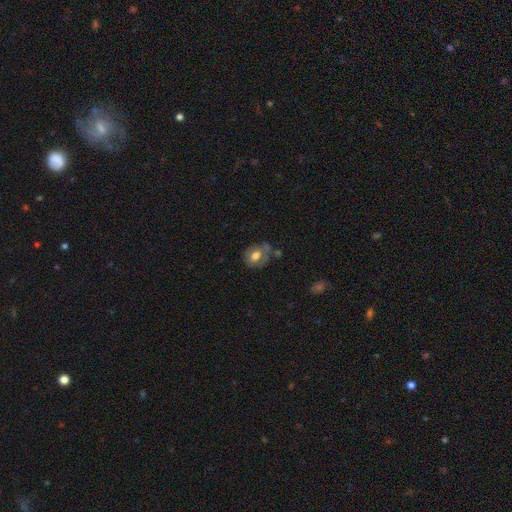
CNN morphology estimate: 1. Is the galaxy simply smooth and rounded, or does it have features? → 58% smooth, 34% featured or disk, 8% star or artifact.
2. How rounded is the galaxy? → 58% in between, 40% round, 1% cigar-shaped.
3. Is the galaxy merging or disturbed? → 54% none, 24% minor disturbance, 11% major disturbance, 10% merger.